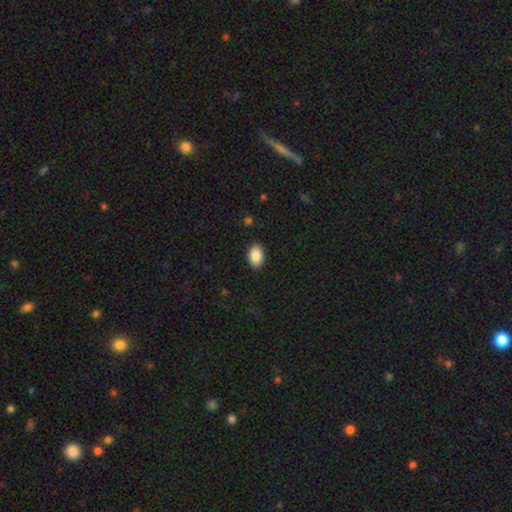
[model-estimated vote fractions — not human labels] smooth_or_featured: smooth (p=0.87) [alt: star or artifact p=0.07]
how_rounded: in between (p=0.85) [alt: round p=0.14]
merging: none (p=0.89) [alt: minor disturbance p=0.08]